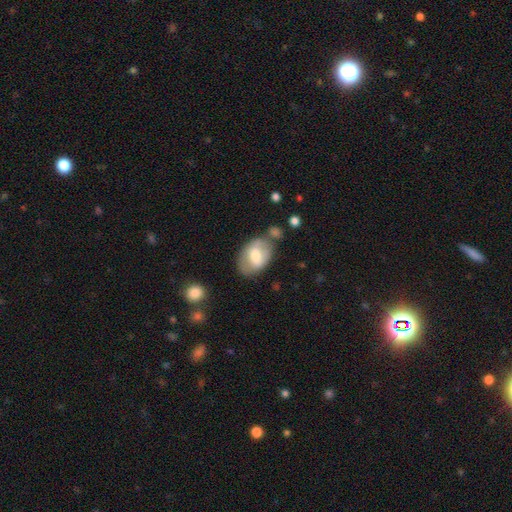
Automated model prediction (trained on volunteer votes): smooth-or-featured: smooth: 57% | featured or disk: 37% | star or artifact: 6%
  how-rounded: in between: 84% | round: 15% | cigar-shaped: 1%
  merging: none: 59% | minor disturbance: 22% | merger: 10% | major disturbance: 9%